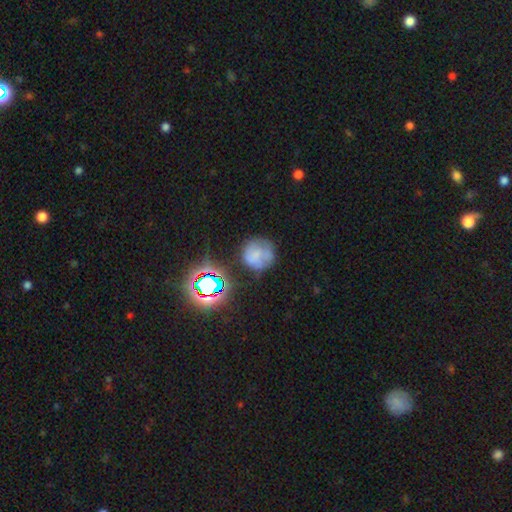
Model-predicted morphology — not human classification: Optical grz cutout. It shows a smooth galaxy with no disk features (57%) that is round (88%). Merging: none (56%).